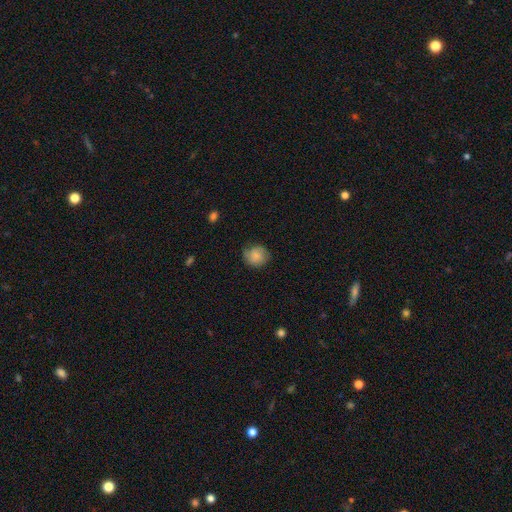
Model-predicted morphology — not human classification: Smooth or featured? Predicted: smooth (p=0.74). How rounded? Predicted: round (p=0.80). Merging? Predicted: none (p=0.72).